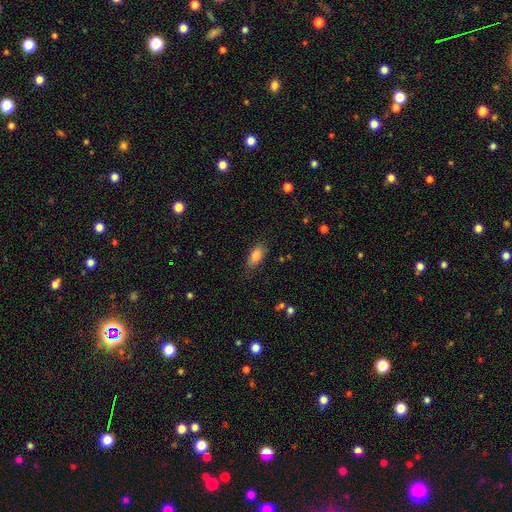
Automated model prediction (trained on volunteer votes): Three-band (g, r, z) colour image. It shows a smooth galaxy with no disk features (85%) that is in between round and cigar-shaped (88%). Merging: none (82%).